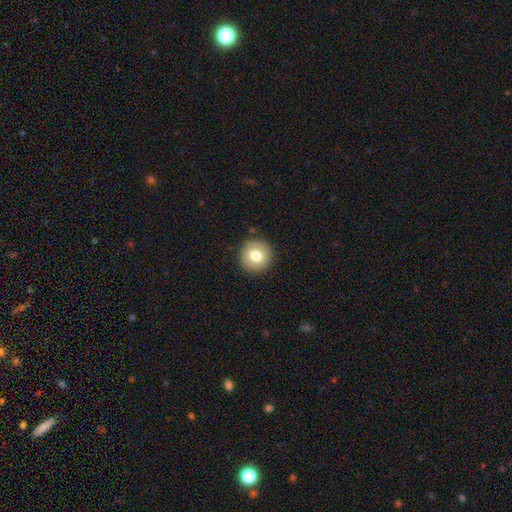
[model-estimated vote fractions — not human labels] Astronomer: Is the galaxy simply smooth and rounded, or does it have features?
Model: smooth — 77%.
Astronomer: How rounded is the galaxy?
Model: round — 94%.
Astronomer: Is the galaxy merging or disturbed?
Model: none — 91%.